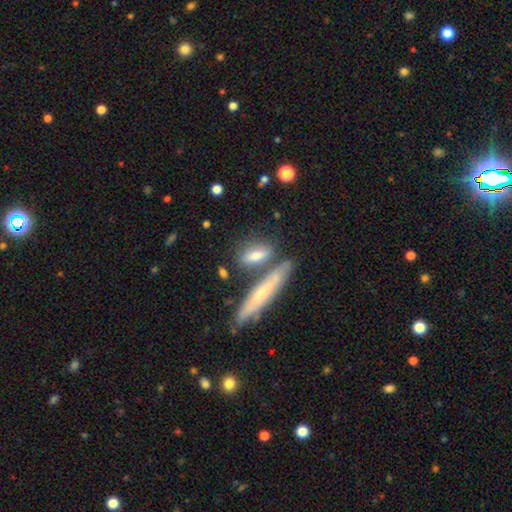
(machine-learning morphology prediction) type=smooth (63%); roundness=cigar-shaped (56%); merging=none (62%).